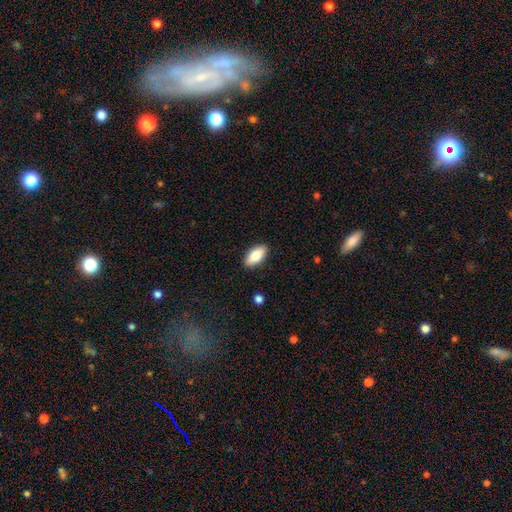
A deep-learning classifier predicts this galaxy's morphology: The model was most divided on "smooth or featured": smooth: 82%, featured or disk: 12%, star or artifact: 6%. More confident: merging — none (89%); how rounded — in between (89%).